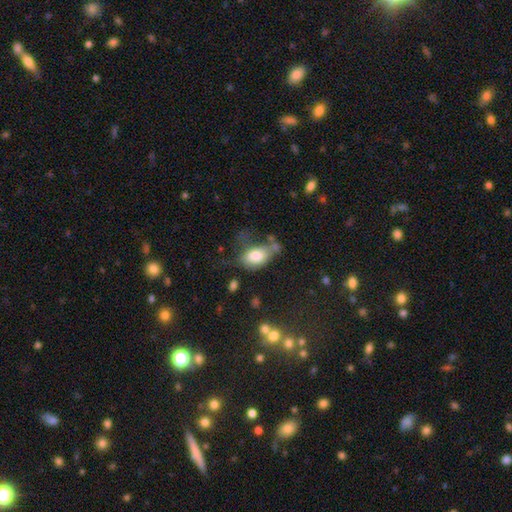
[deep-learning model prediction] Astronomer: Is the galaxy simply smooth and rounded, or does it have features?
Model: smooth — 76%.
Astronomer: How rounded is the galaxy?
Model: in between — 88%.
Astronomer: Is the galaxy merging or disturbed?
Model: major disturbance — 32% (runner-up: minor disturbance, 28%).